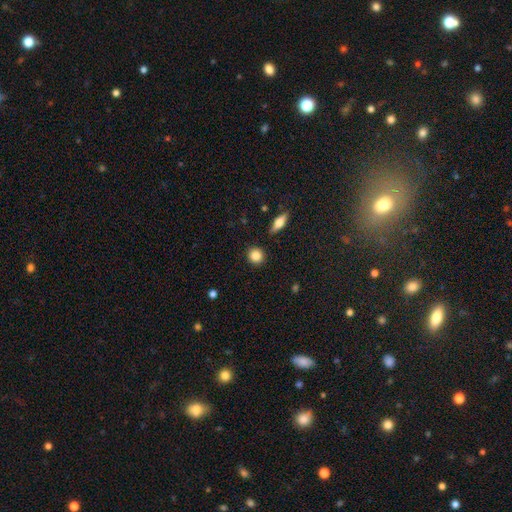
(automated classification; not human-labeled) This is clearly a smooth galaxy (84%). How rounded: clearly round (90%). Merging: clearly none (90%).